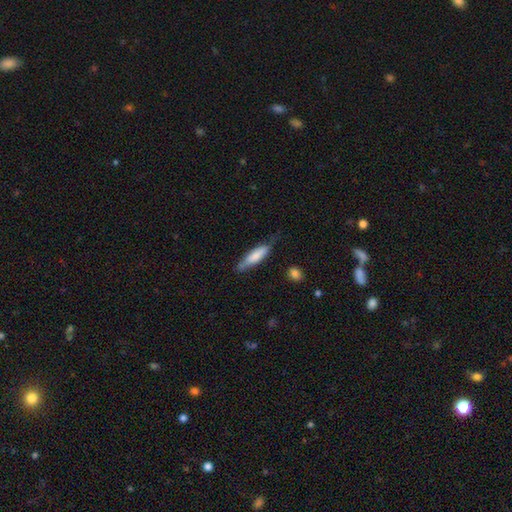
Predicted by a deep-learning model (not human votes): This is likely a smooth galaxy (70%). How rounded: likely cigar-shaped (66%). Merging: possibly none (58%).